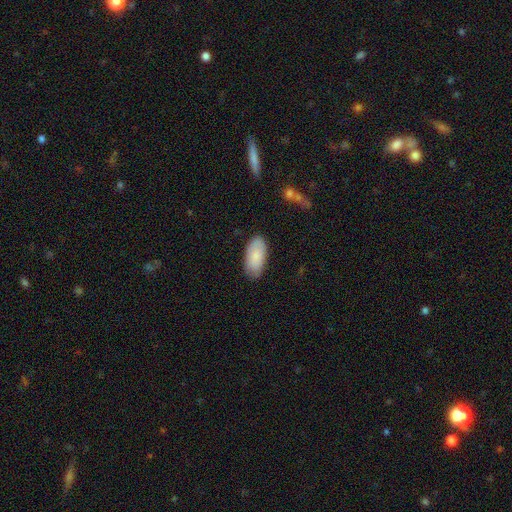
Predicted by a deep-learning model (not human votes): Smooth or featured?
  - smooth: 85% *
  - featured or disk: 9%
  - star or artifact: 6%
How rounded?
  - in between: 94% *
  - cigar-shaped: 4%
  - round: 2%
Merging?
  - none: 82% *
  - minor disturbance: 14%
  - major disturbance: 3%
  - merger: 1%